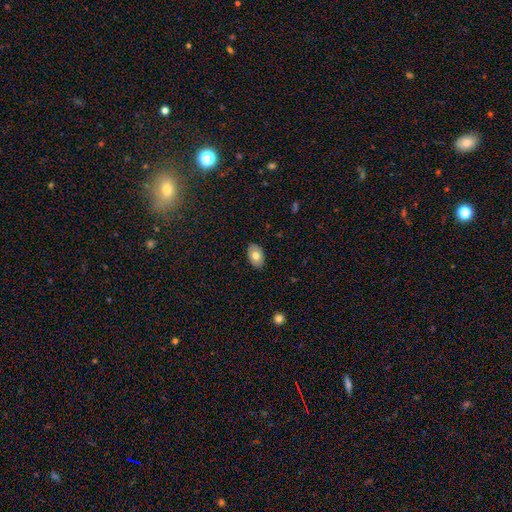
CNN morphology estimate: A smooth galaxy with no disk features (73%) that is in between round and cigar-shaped (90%).

Vote fractions:
- Smooth or featured? smooth: 73% / featured or disk: 20% / star or artifact: 7%
- How rounded? in between: 90% / round: 9% / cigar-shaped: 1%
- Merging? none: 88% / minor disturbance: 10% / major disturbance: 2% / merger: 1%